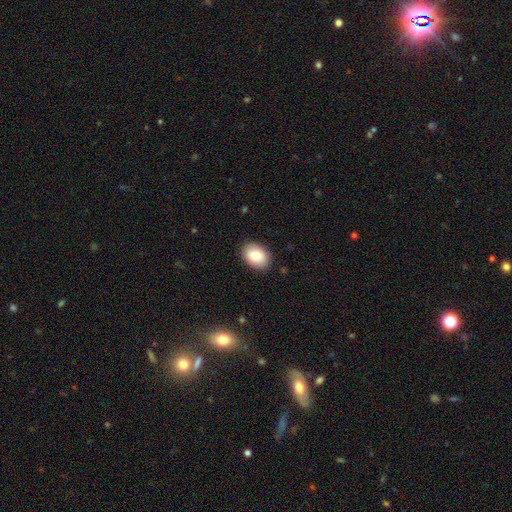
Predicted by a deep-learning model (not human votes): The model was most divided on "how rounded": in between: 73%, round: 26%, cigar-shaped: 1%. More confident: merging — none (89%); smooth or featured — smooth (83%).